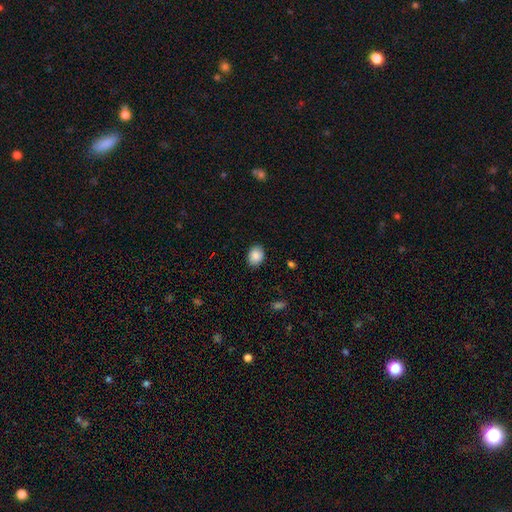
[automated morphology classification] smooth 87%, star or artifact 8%, featured or disk 5%. Down the decision tree: how rounded — in between (61%); merging — none (87%).